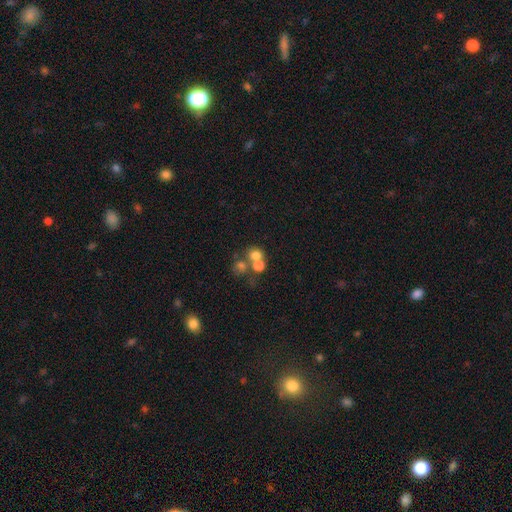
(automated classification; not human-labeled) This appears to be a smooth galaxy with no disk features (68%) that is round (77%). Merging: merger (50%).